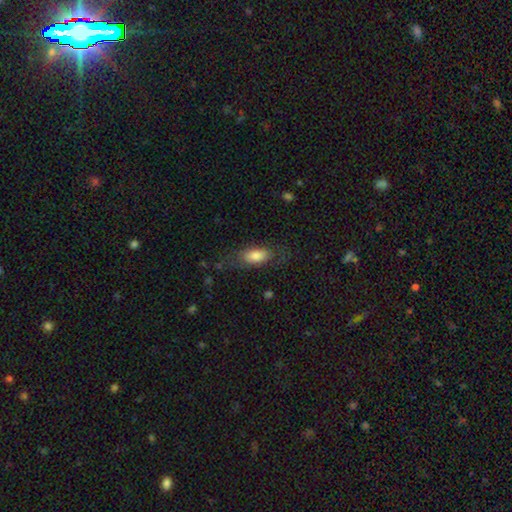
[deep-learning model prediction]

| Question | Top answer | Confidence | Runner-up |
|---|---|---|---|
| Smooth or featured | smooth | 74% | featured or disk (20%) |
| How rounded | in between | 86% | cigar-shaped (11%) |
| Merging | none | 68% | minor disturbance (19%) |